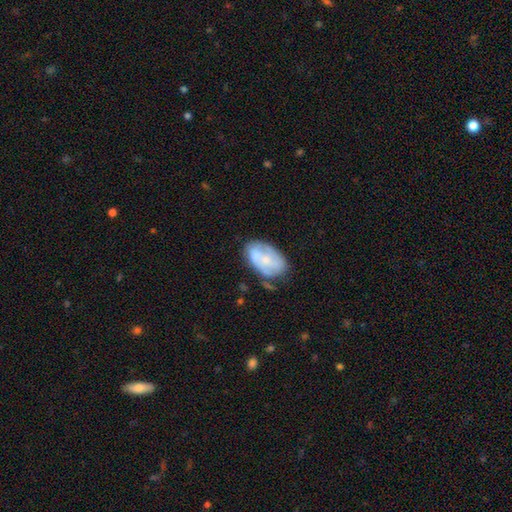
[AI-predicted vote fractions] smooth-or-featured: featured or disk: 52% | smooth: 42% | star or artifact: 6%
  disk-edge-on: no: 97% | yes: 3%
  merging: none: 47% | minor disturbance: 29% | merger: 12% | major disturbance: 12%